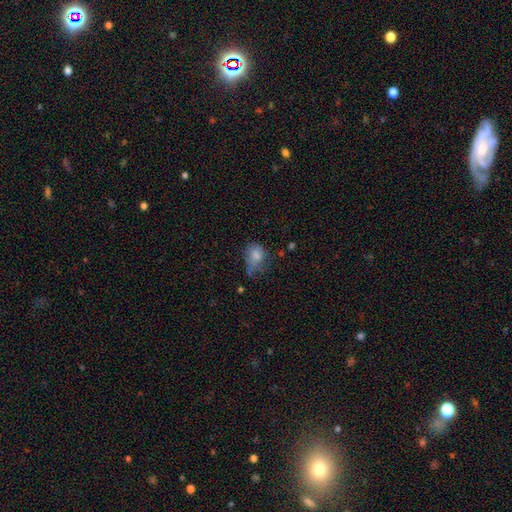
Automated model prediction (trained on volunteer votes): smooth-or-featured: smooth: 72% | featured or disk: 18% | star or artifact: 11%
  how-rounded: in between: 59% | round: 40% | cigar-shaped: 1%
  merging: minor disturbance: 32% (tied) | major disturbance: 32% (tied) | none: 31% | merger: 5%